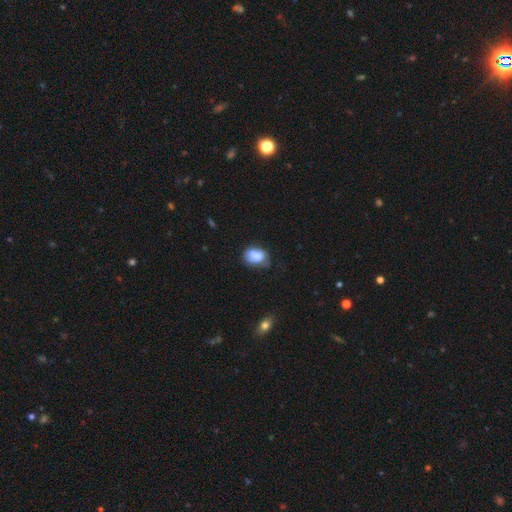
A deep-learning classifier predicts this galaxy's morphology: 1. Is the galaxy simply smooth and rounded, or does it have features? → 74% smooth, 17% featured or disk, 9% star or artifact.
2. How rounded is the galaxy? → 76% in between, 23% round, 1% cigar-shaped.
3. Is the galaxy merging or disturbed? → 41% none, 34% minor disturbance, 13% major disturbance, 13% merger.